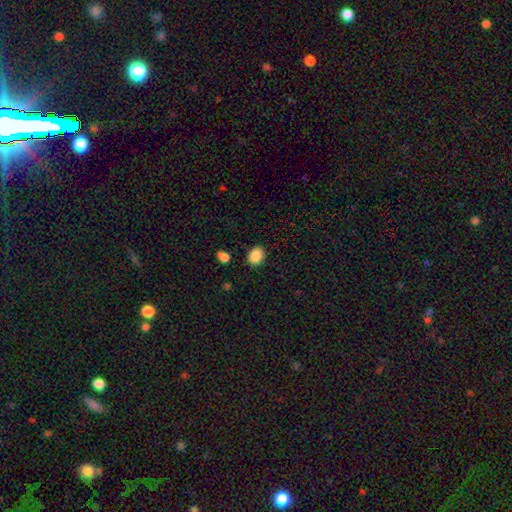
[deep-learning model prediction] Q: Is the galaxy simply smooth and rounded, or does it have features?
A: smooth — 88%.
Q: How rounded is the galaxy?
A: in between — 53%.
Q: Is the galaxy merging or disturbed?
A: none — 87%.